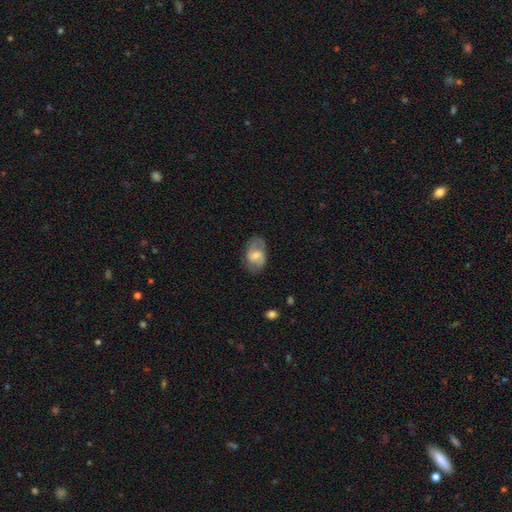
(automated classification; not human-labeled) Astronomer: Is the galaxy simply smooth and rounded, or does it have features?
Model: featured or disk — 50% (runner-up: smooth, 43%).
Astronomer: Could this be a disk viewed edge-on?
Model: no — 96%.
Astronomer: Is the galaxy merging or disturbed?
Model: none — 70%.